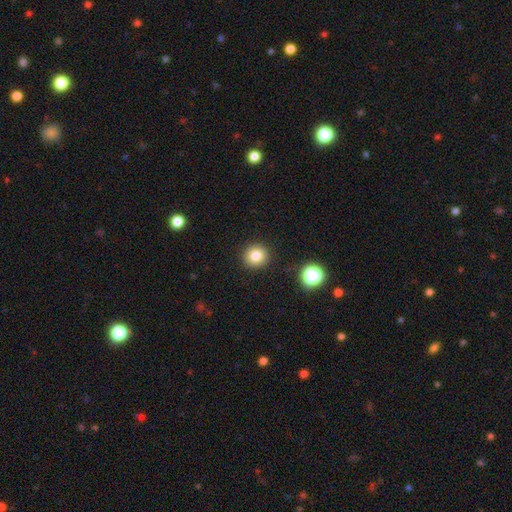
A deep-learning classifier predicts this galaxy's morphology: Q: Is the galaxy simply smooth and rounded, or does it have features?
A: smooth — 82%.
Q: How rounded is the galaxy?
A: round — 92%.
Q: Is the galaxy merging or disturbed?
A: none — 91%.